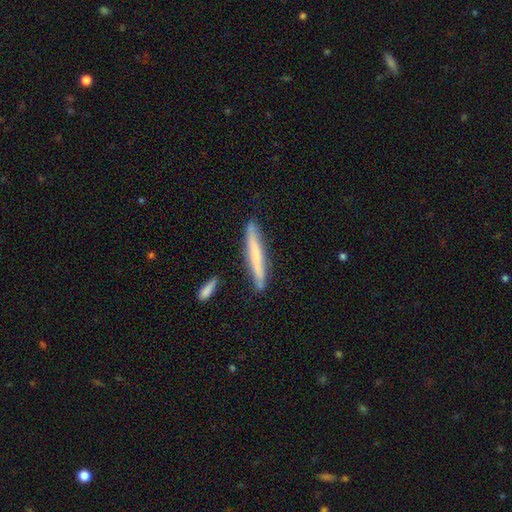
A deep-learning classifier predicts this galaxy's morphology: This appears to be a smooth galaxy with no disk features (55%) that is cigar-shaped (95%). Merging: none (83%).